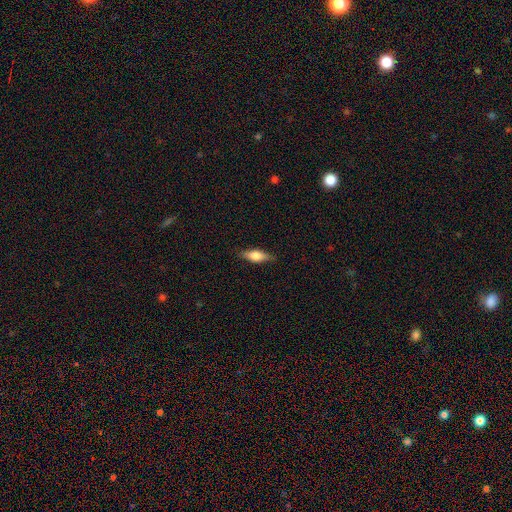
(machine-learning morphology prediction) smooth-or-featured: smooth: 60% | featured or disk: 33% | star or artifact: 7%
  how-rounded: in between: 60% | cigar-shaped: 37% | round: 3%
  merging: none: 84% | minor disturbance: 12% | major disturbance: 2% | merger: 1%